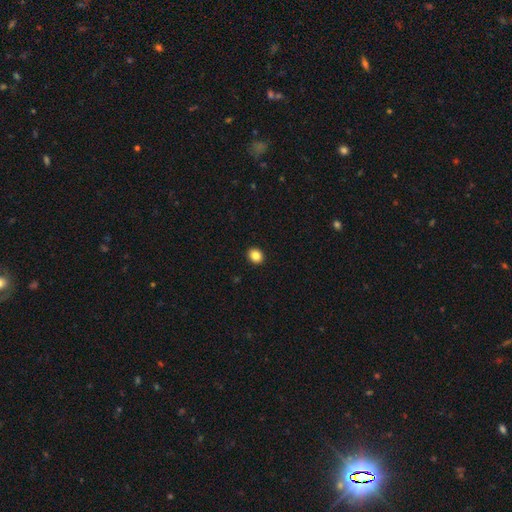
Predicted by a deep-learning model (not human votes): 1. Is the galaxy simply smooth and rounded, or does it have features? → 85% smooth, 10% star or artifact, 5% featured or disk.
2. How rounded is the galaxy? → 64% round, 35% in between, 1% cigar-shaped.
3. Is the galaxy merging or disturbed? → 92% none, 5% minor disturbance, 1% major disturbance, 1% merger.